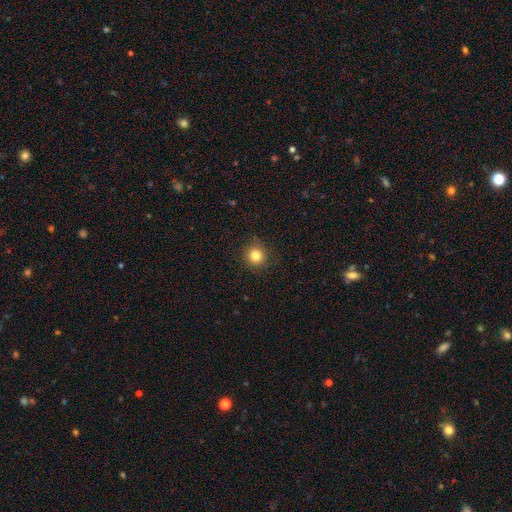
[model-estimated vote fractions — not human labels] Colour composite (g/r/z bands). It shows a smooth galaxy with no disk features (82%) that is round (92%). Merging: none (89%).